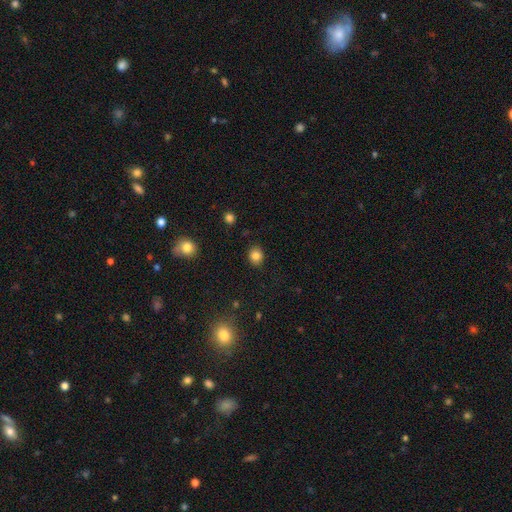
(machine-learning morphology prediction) type=smooth (85%); roundness=round (66%); merging=none (87%).